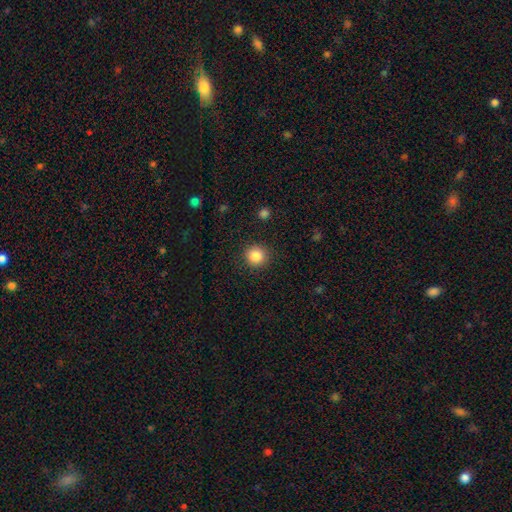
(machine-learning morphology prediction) The model was most divided on "smooth or featured": smooth: 86%, star or artifact: 10%, featured or disk: 4%. More confident: how rounded — round (94%); merging — none (90%).